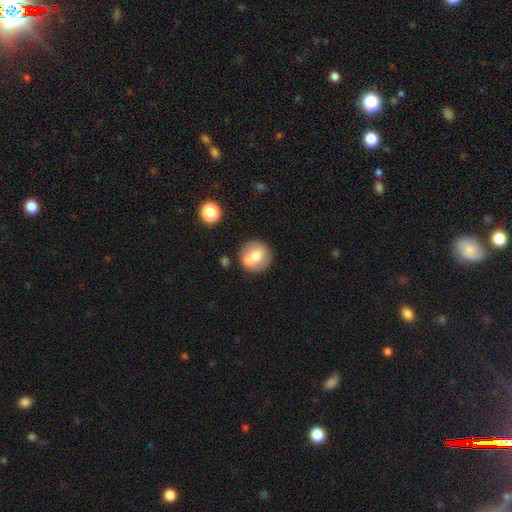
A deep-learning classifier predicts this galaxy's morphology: type=smooth (65%); roundness=round (90%); merging=none (56%).